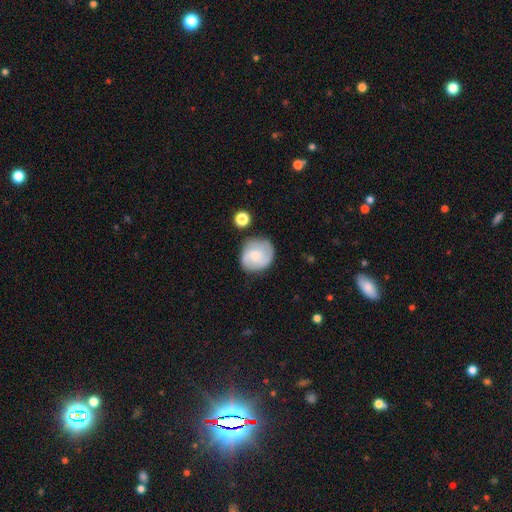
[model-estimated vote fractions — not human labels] This appears to be a smooth galaxy with no disk features (48%). Merging: none (70%).